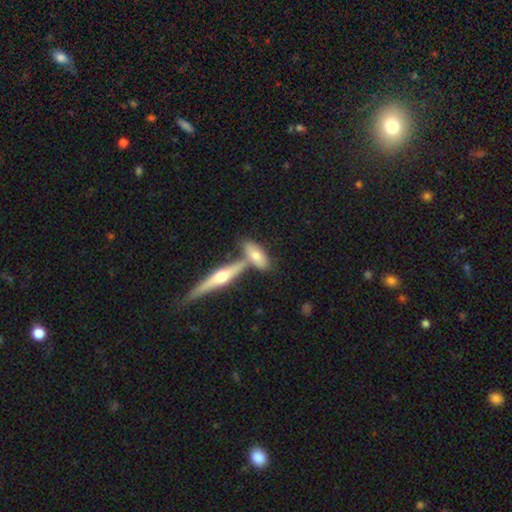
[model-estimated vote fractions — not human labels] smooth_or_featured: smooth (p=0.60) [alt: featured or disk p=0.34]
how_rounded: in between (p=0.66) [alt: cigar-shaped p=0.30]
merging: none (p=0.49) [alt: merger p=0.37]